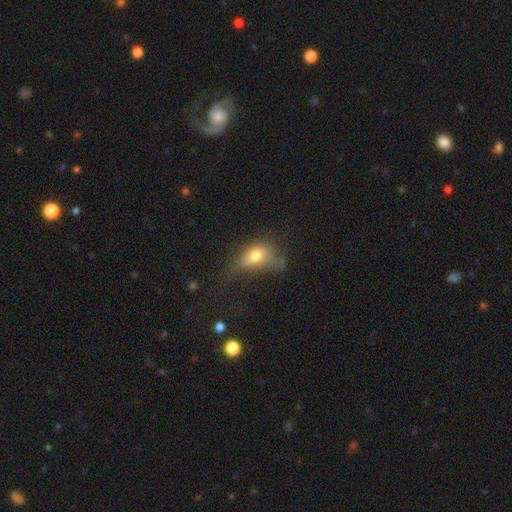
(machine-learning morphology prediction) This appears to be a smooth galaxy with no disk features (65%) that is in between round and cigar-shaped (74%). Merging: major disturbance (37%).